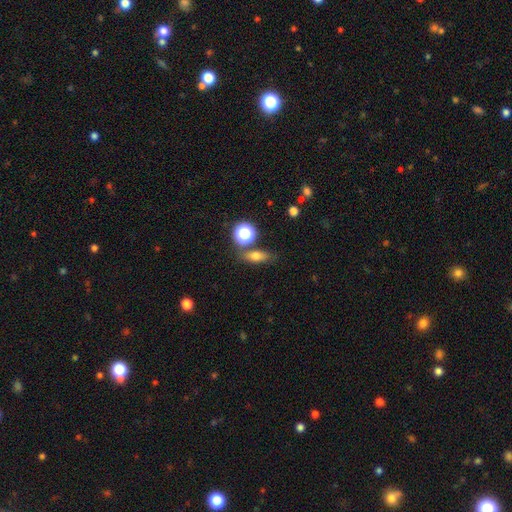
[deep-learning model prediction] smooth_or_featured: smooth (p=0.67) [alt: featured or disk p=0.17]
how_rounded: in between (p=0.56) [alt: cigar-shaped p=0.25]
merging: none (p=0.72) [alt: minor disturbance p=0.13]